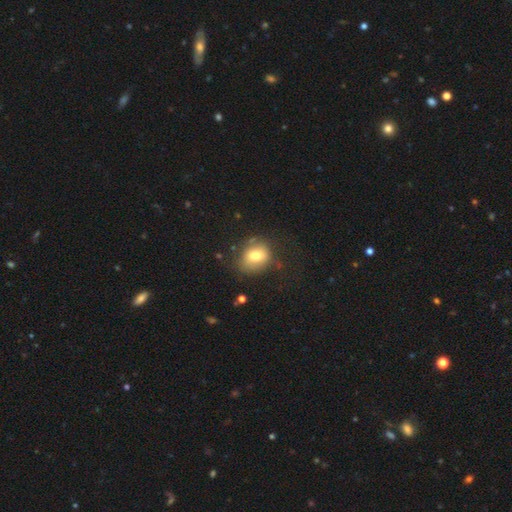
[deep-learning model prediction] Smooth or featured? Predicted: smooth (p=0.74). How rounded? Predicted: round (p=0.58). Merging? Predicted: none (p=0.66).